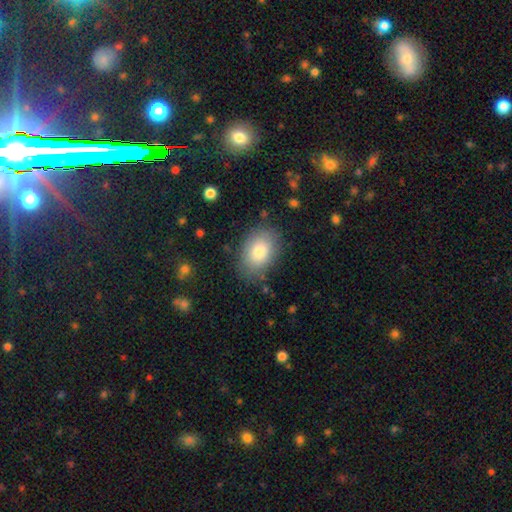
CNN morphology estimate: smooth-or-featured: smooth: 81% | featured or disk: 12% | star or artifact: 8%
  how-rounded: in between: 82% | round: 17% | cigar-shaped: 1%
  merging: none: 80% | minor disturbance: 14% | major disturbance: 4% | merger: 2%